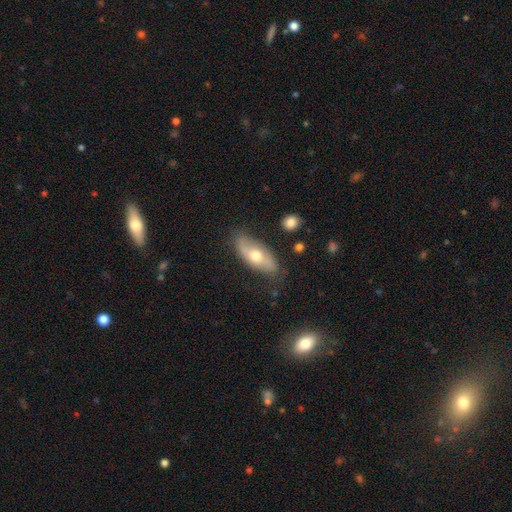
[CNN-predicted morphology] Smooth or featured? Predicted: featured or disk (p=0.48). Merging? Predicted: none (p=0.75).